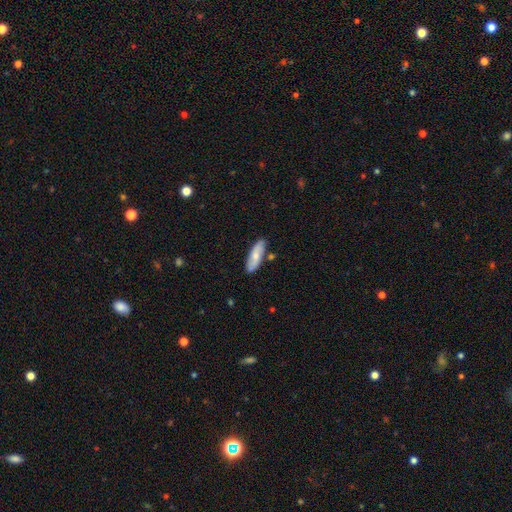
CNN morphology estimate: smooth-or-featured: smooth: 59% | featured or disk: 36% | star or artifact: 6%
  how-rounded: in between: 58% | cigar-shaped: 39% | round: 2%
  merging: none: 79% | minor disturbance: 14% | merger: 5% | major disturbance: 2%